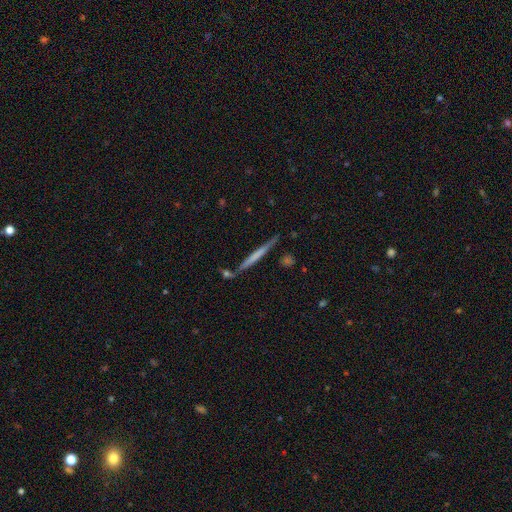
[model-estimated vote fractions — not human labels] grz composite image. It shows a featured or disk galaxy (48%). Merging: none (80%).